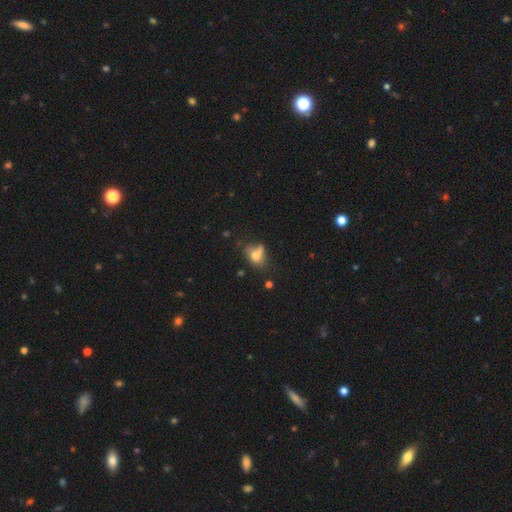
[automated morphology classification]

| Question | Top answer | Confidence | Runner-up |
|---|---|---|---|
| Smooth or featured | smooth | 61% | featured or disk (24%) |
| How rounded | in between | 62% | round (33%) |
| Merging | none | 34% | minor disturbance (23%) |